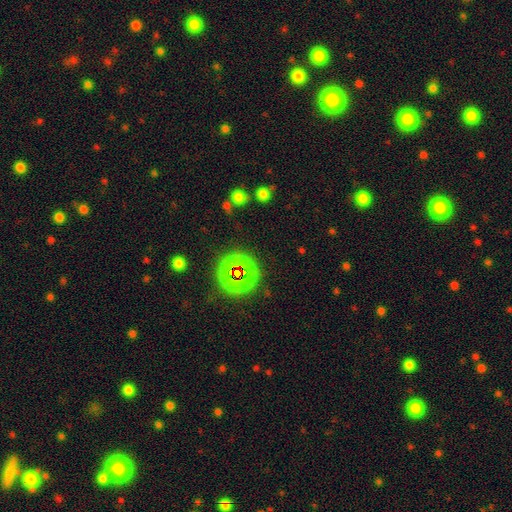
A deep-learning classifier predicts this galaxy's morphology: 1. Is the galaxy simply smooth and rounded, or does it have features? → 65% star or artifact, 21% smooth, 14% featured or disk.